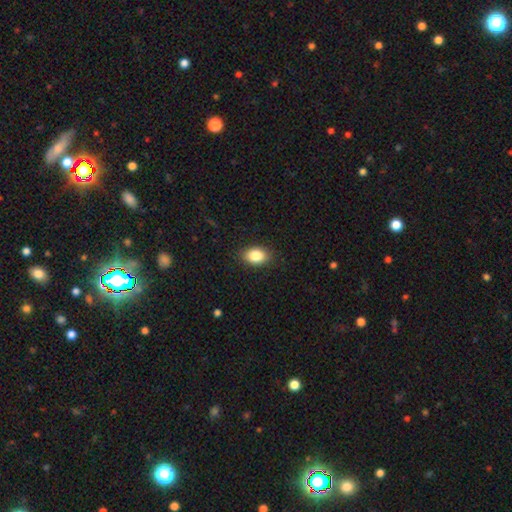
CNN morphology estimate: type=smooth (85%); roundness=in between (82%); merging=none (88%).